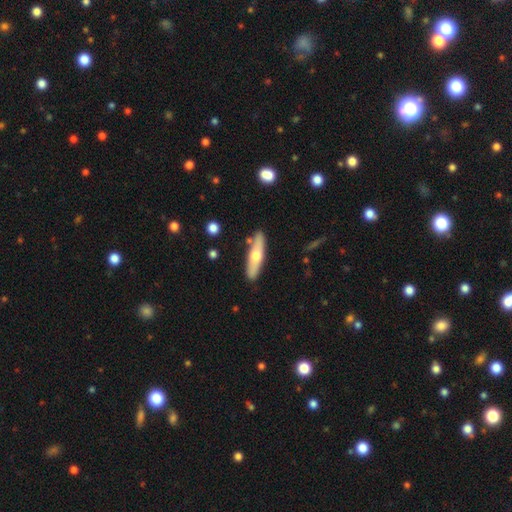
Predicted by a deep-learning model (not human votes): Smooth or featured? smooth (49%)
Merging? none (85%)